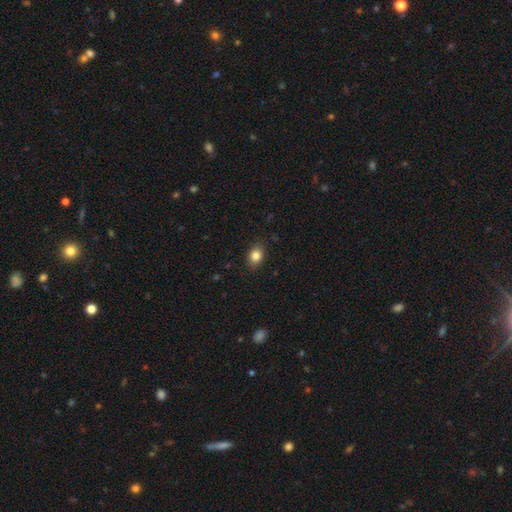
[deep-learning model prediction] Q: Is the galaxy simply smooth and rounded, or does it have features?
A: smooth — 84%.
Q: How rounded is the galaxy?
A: in between — 67%.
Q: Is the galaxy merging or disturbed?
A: none — 86%.